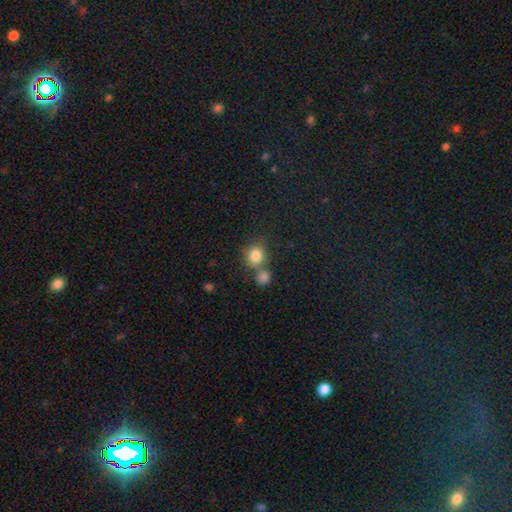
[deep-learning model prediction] Smooth or featured? smooth (83%)
How rounded? round (82%)
Merging? none (57%)